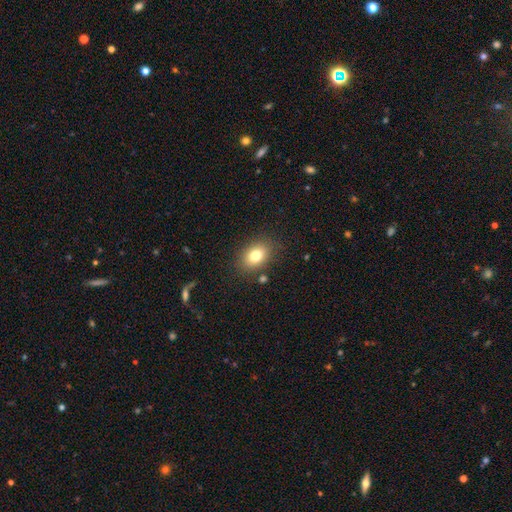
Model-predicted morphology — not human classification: This appears to be a smooth galaxy with no disk features (79%) that is in between round and cigar-shaped (73%). Merging: none (83%).